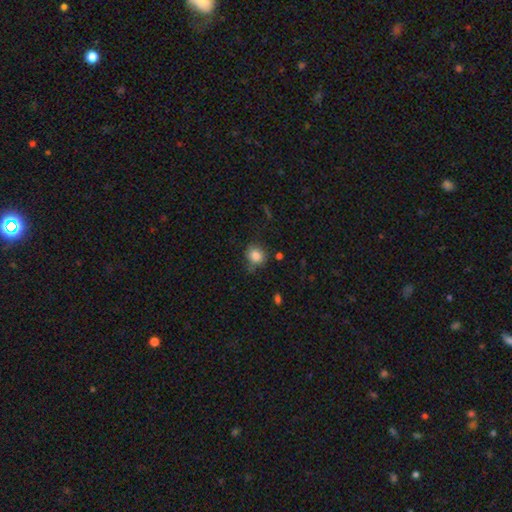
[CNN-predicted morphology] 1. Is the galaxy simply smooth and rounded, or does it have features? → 84% smooth, 10% star or artifact, 6% featured or disk.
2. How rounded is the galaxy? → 73% round, 26% in between, 1% cigar-shaped.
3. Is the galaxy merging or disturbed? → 71% none, 20% minor disturbance, 5% major disturbance, 4% merger.